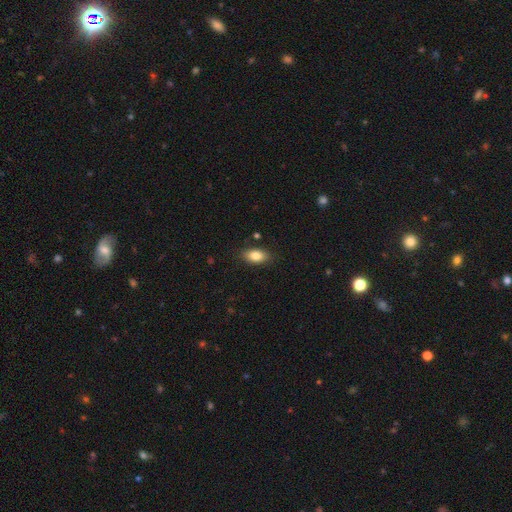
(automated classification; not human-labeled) This appears to be a smooth galaxy with no disk features (84%) that is in between round and cigar-shaped (90%). Merging: none (85%).